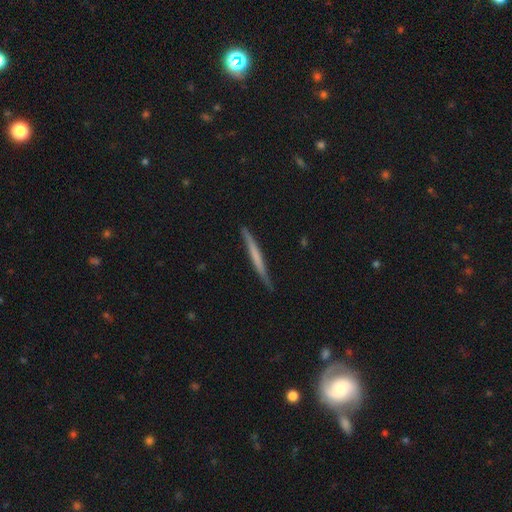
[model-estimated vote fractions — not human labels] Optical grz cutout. It shows a smooth galaxy with no disk features (48%). Merging: none (86%).